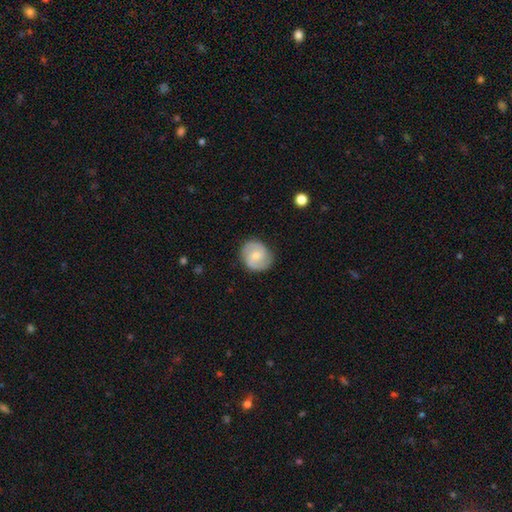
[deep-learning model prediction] Overall: featured or disk (64%; smooth 30%). Edge-on disk: no (98%). Bar: no (53%; weak 39%). Spiral arms: yes (90%). Spiral arm count: 2 (86%). Spiral winding: medium (47%; tight 37%). Bulge size: small (53%; moderate 42%). Merging: none (83%).